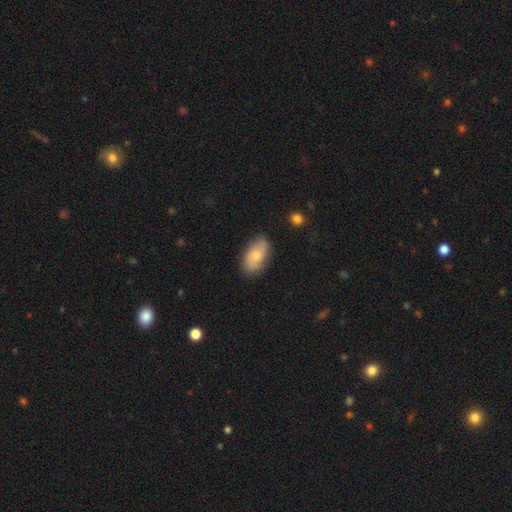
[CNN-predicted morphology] smooth 67%, featured or disk 27%, star or artifact 6%. Down the decision tree: how rounded — in between (93%); merging — none (80%).